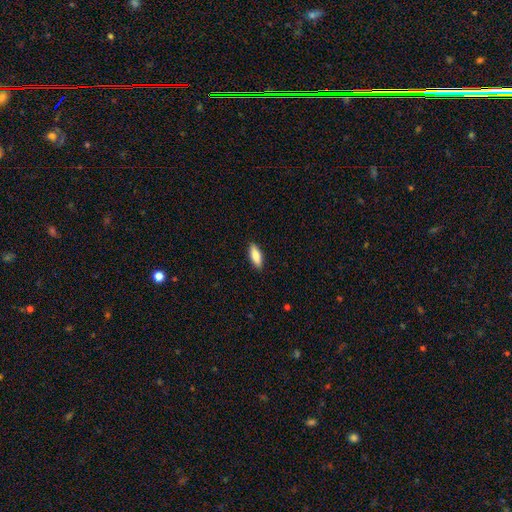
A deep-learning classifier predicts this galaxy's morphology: Smooth or featured?
  - smooth: 84% *
  - featured or disk: 11%
  - star or artifact: 6%
How rounded?
  - in between: 65% *
  - cigar-shaped: 33%
  - round: 2%
Merging?
  - none: 90% *
  - minor disturbance: 8%
  - major disturbance: 2%
  - merger: 1%